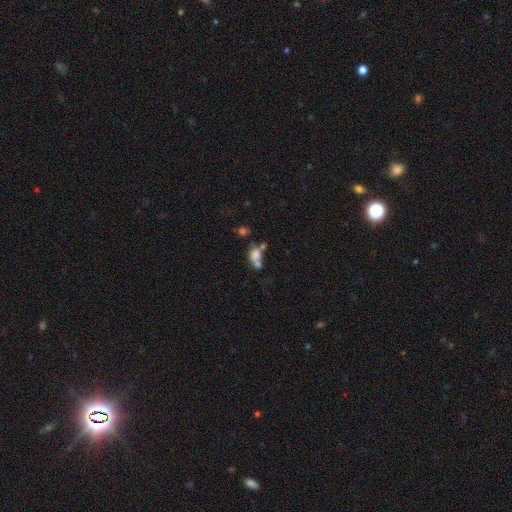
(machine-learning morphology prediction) smooth 66%, featured or disk 21%, star or artifact 13%. Down the decision tree: how rounded — in between (68%); merging — merger (54%).